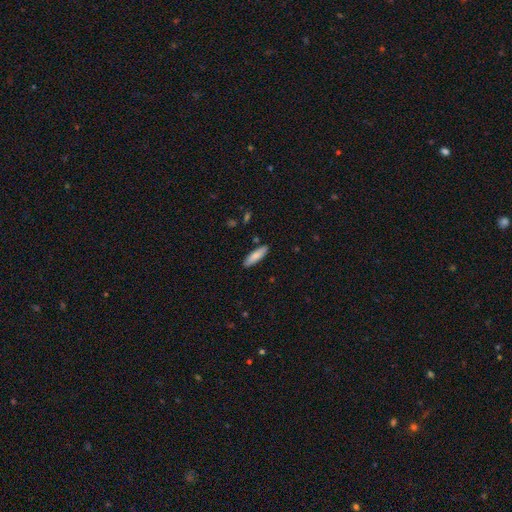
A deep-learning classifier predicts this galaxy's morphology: The model was most divided on "how rounded": cigar-shaped: 58%, in between: 41%, round: 1%. More confident: merging — none (88%); smooth or featured — smooth (83%).